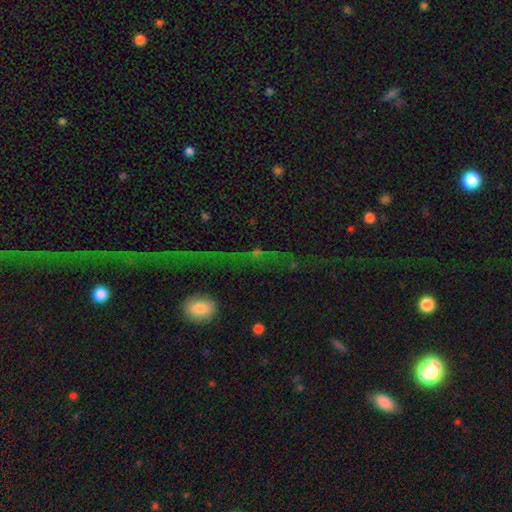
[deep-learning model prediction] This appears to be a star or artifact, not a galaxy (65%).